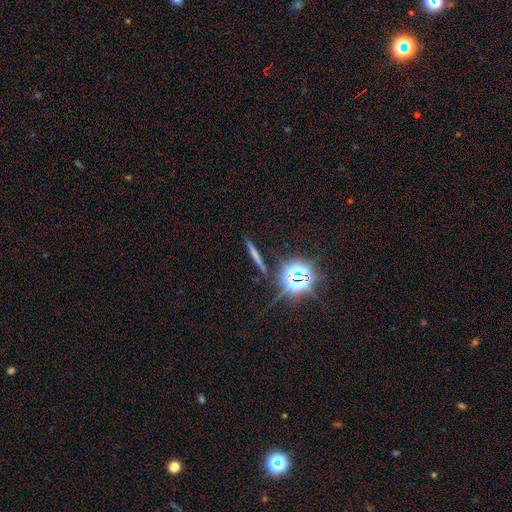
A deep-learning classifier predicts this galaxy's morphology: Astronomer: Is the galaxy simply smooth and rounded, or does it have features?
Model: smooth — 48% (runner-up: star or artifact, 27%).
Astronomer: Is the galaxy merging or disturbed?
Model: none — 87%.